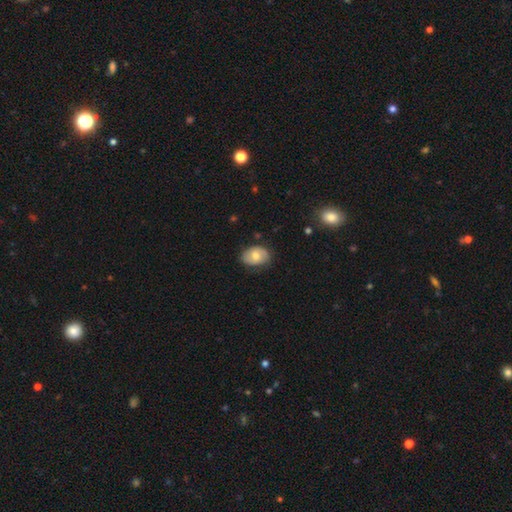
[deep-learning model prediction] Overall: smooth (62%; featured or disk 31%). How rounded: in between (77%). Merging: none (74%).